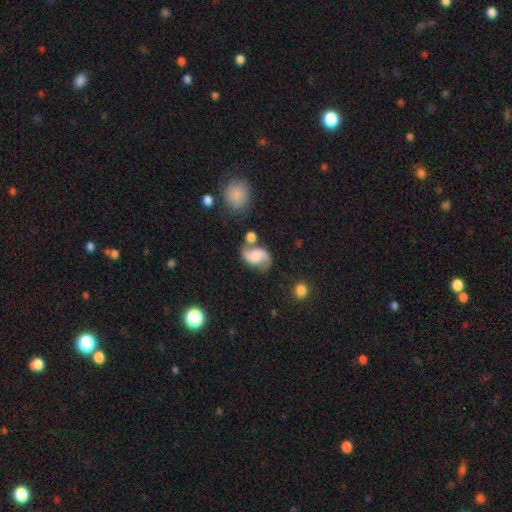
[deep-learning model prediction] featured or disk 68%, smooth 24%, star or artifact 8%. Down the decision tree: edge-on disk — no (98%); bar — no (55%); spiral arms — yes (93%); spiral arm count — 2 (91%); spiral winding — loose (57%); bulge size — none (38%); merging — none (52%).